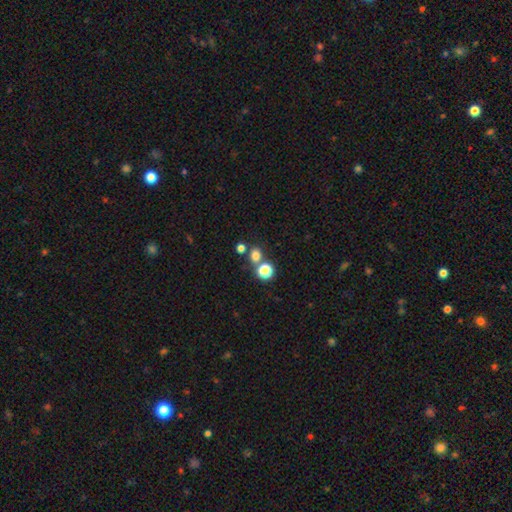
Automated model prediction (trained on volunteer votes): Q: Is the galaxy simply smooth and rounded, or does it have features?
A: smooth — 74%.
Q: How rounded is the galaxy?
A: round — 73%.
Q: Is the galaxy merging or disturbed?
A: none — 68%.